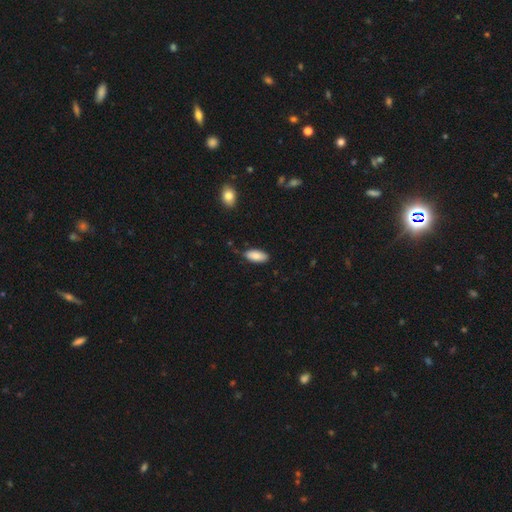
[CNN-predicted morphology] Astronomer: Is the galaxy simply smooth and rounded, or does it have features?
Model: smooth — 86%.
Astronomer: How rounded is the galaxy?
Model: in between — 89%.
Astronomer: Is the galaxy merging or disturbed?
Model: none — 79%.